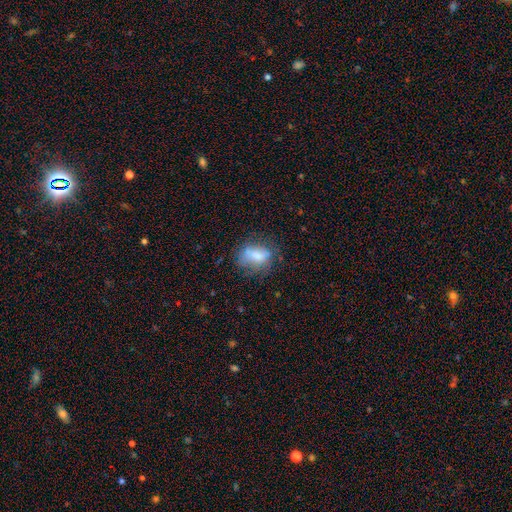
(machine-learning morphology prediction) smooth_or_featured: smooth (p=0.65) [alt: featured or disk p=0.26]
how_rounded: in between (p=0.73) [alt: round p=0.22]
merging: none (p=0.55) [alt: minor disturbance p=0.27]